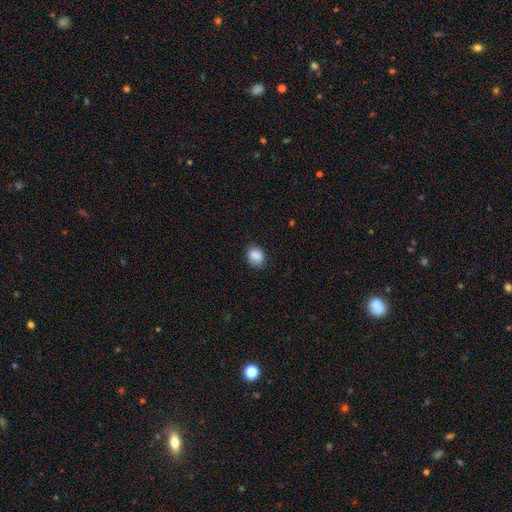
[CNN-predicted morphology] This is clearly a smooth galaxy (88%). How rounded: possibly round (50%). Merging: clearly none (80%).